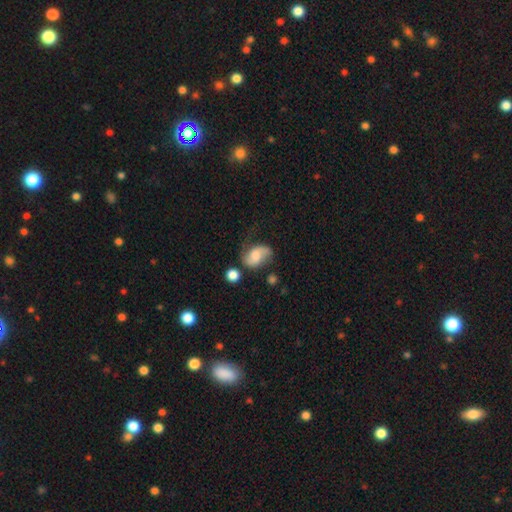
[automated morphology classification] A featured or disk galaxy (59%) with no bar (57%), 2 (86%) loose (52%) spiral arms (90%) and a moderate central bulge (41%).

Vote fractions:
- Smooth or featured? featured or disk: 59% / smooth: 33% / star or artifact: 9%
- Edge-on disk? no: 97% / yes: 3%
- Bar? no: 57% / weak: 35% / strong: 8%
- Spiral arms? yes: 90% / no: 10%
- Spiral winding? loose: 52% / medium: 36% / tight: 12%
- Spiral arm count? 2: 86% / can't tell: 6% / 1: 5% / 3: 1% / 4: 1% / more than 4: 1%
- Bulge size? moderate: 41% / small: 25% / none: 16% / large: 15% / dominant: 3%
- Merging? none: 55% / minor disturbance: 24% / major disturbance: 14% / merger: 7%